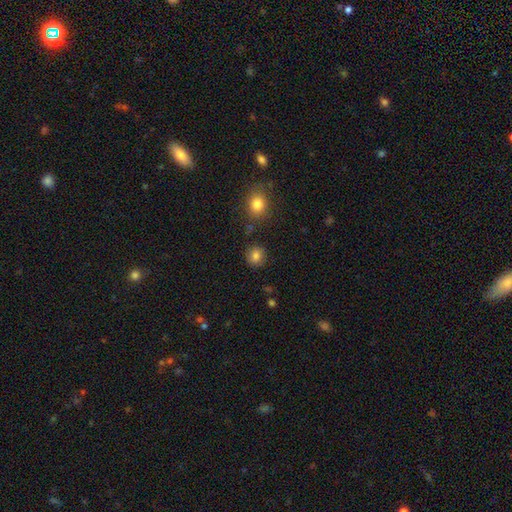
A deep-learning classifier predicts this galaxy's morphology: Smooth or featured? smooth (83%)
How rounded? round (84%)
Merging? none (85%)